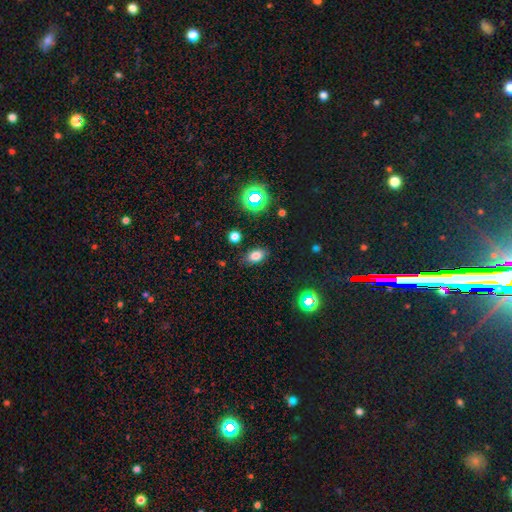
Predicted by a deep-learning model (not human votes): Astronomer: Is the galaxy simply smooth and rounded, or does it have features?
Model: smooth — 75%.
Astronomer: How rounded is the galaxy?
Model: in between — 84%.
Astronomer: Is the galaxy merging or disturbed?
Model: none — 83%.